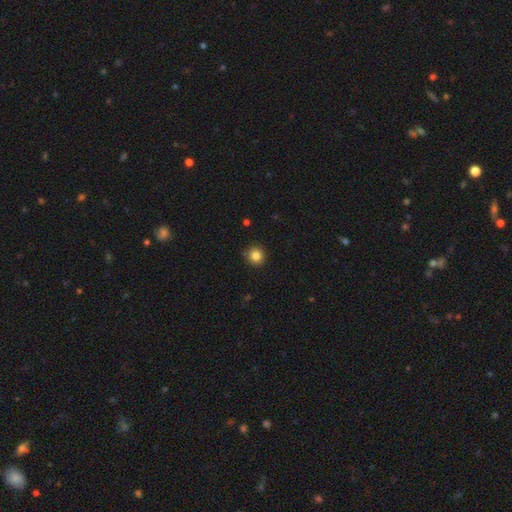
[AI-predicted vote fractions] Morphology: type=smooth (85%); roundness=round (93%); merging=none (88%).